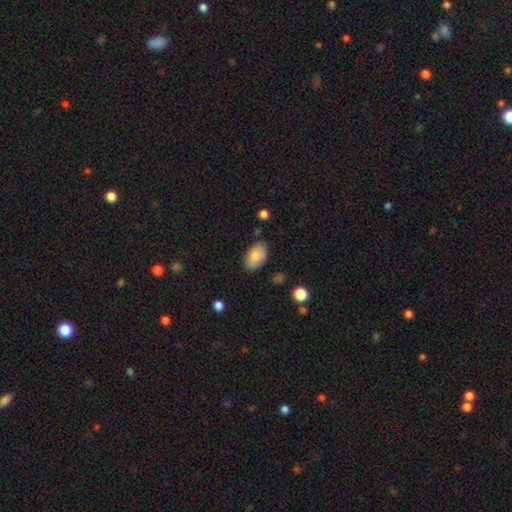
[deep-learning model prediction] Q: Smooth or featured?
A: smooth (83%); runner-up: featured or disk (10%)
Q: How rounded?
A: in between (93%); runner-up: round (6%)
Q: Merging?
A: none (82%); runner-up: minor disturbance (13%)